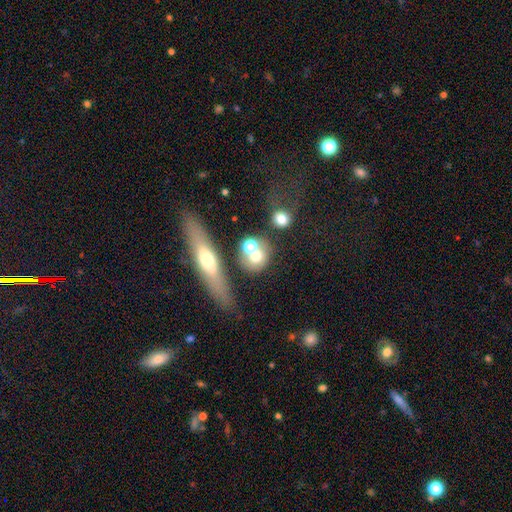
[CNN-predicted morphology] Smooth or featured: smooth — 67% (featured or disk — 22%)
How rounded: round — 76% (in between — 18%)
Merging: none — 50% (merger — 35%)